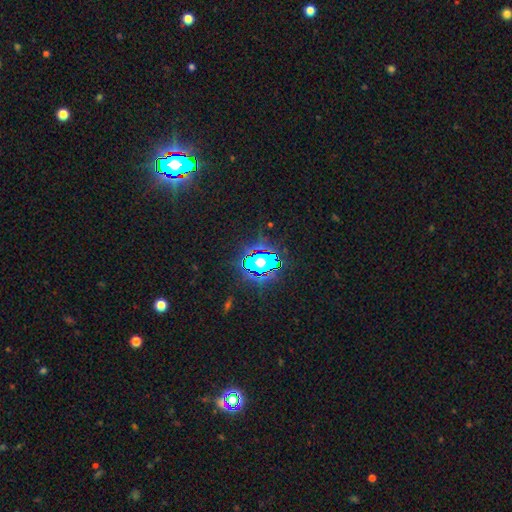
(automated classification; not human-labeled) Morphology: type=star or artifact (73%).